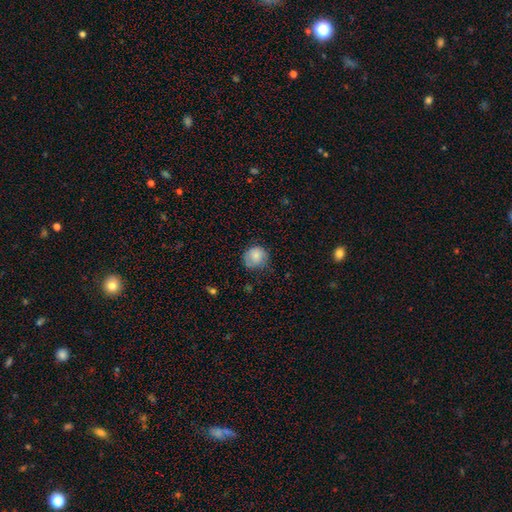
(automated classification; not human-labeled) The model was most divided on "merging": none: 68%, minor disturbance: 25%, major disturbance: 6%, merger: 1%. More confident: how rounded — round (84%); smooth or featured — smooth (80%).